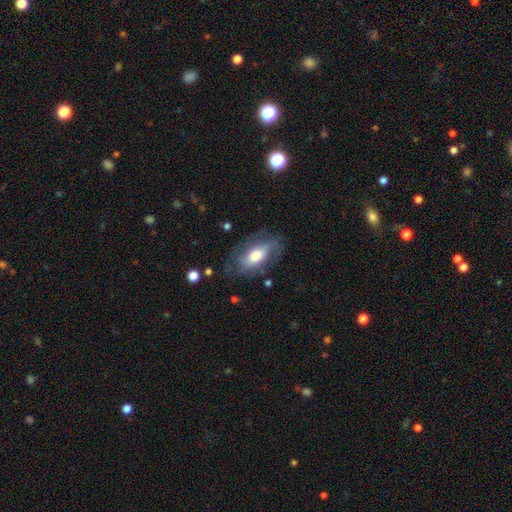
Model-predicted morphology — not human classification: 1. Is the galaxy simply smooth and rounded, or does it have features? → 50% smooth, 42% featured or disk, 7% star or artifact.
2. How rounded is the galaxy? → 85% in between, 10% cigar-shaped, 5% round.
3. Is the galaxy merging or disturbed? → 66% none, 21% minor disturbance, 11% major disturbance, 2% merger.